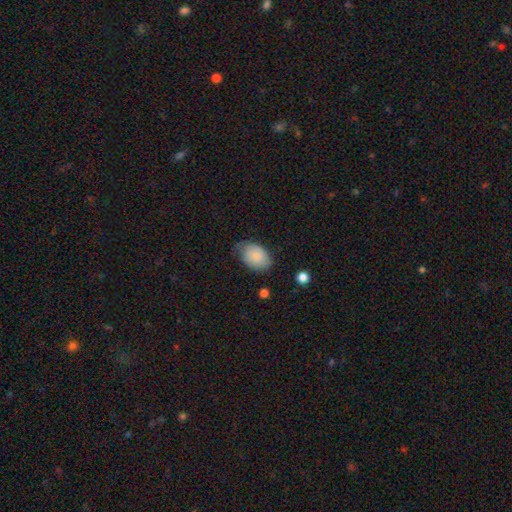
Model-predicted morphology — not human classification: The model was most divided on "merging": none: 56%, minor disturbance: 33%, major disturbance: 10%, merger: 2%. More confident: how rounded — in between (81%); smooth or featured — smooth (78%).